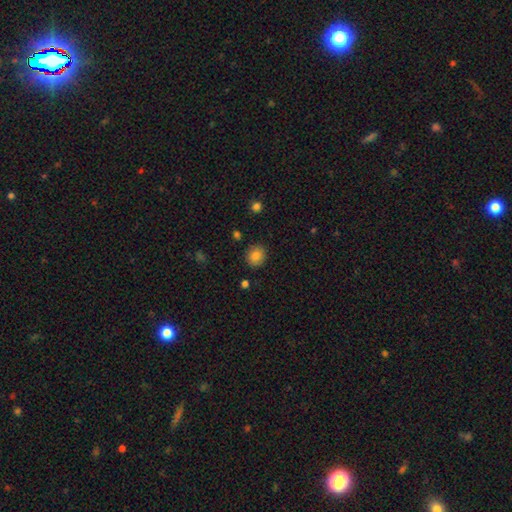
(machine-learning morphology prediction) Q: Smooth or featured?
A: smooth (84%); runner-up: star or artifact (10%)
Q: How rounded?
A: round (76%); runner-up: in between (23%)
Q: Merging?
A: none (88%); runner-up: minor disturbance (8%)